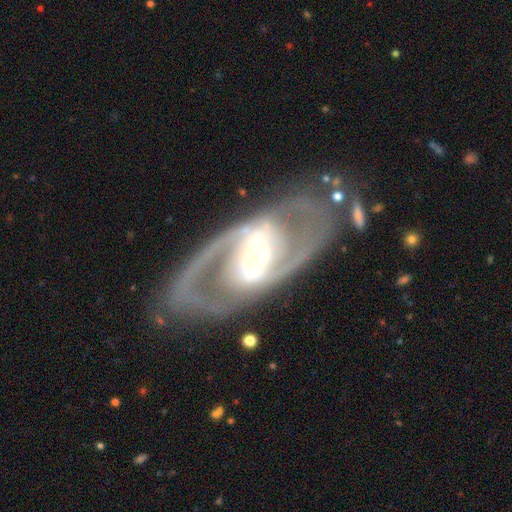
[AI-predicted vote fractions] Morphology: type=featured or disk (89%); edge-on=no (94%); bar=strong (49%); spiral arms=yes (90%); winding=medium (52%); arm count=2 (89%); bulge=moderate (62%); merging=none (78%).